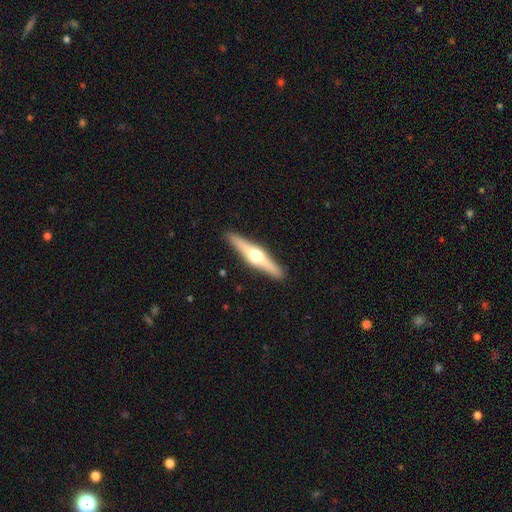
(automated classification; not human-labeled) Smooth or featured? featured or disk (72%)
Edge-on disk? yes (97%)
Edge-on bulge? rounded (96%)
Merging? none (92%)